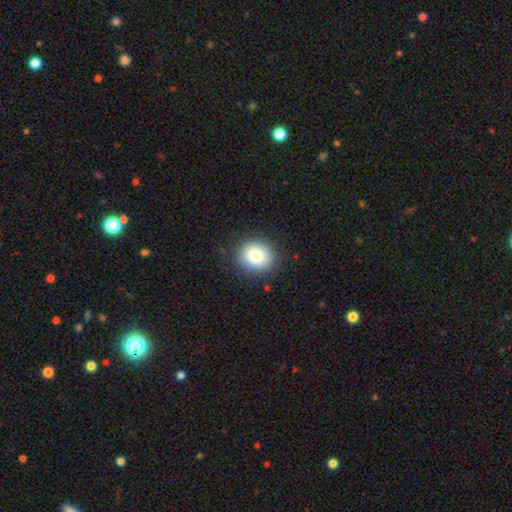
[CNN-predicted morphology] Smooth or featured?
  - smooth: 81% *
  - star or artifact: 10%
  - featured or disk: 9%
How rounded?
  - round: 76% *
  - in between: 23%
  - cigar-shaped: 1%
Merging?
  - none: 89% *
  - minor disturbance: 8%
  - major disturbance: 3%
  - merger: 1%